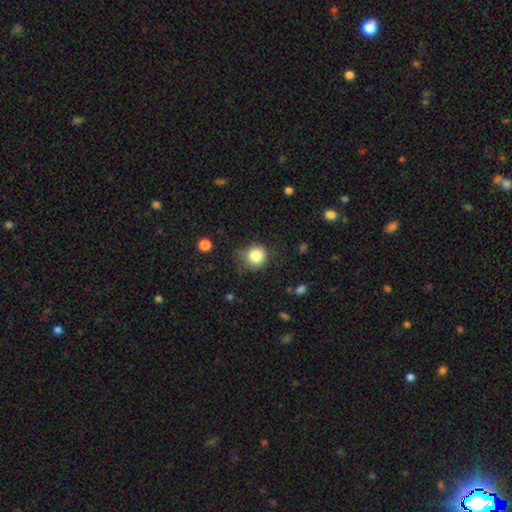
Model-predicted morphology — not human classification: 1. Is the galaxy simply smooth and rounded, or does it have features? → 84% smooth, 10% star or artifact, 6% featured or disk.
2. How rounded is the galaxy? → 88% round, 11% in between, 1% cigar-shaped.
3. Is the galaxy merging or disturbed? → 66% none, 24% minor disturbance, 7% major disturbance, 2% merger.